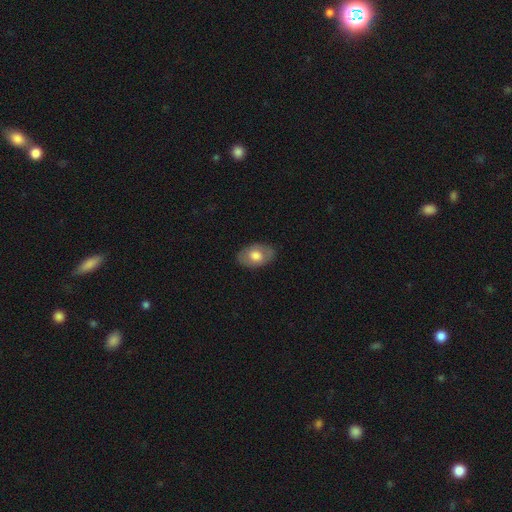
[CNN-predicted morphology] Smooth or featured? Predicted: smooth (p=0.64). How rounded? Predicted: in between (p=0.87). Merging? Predicted: none (p=0.83).